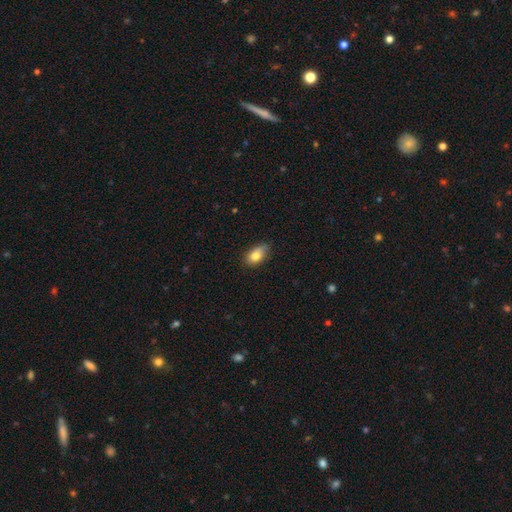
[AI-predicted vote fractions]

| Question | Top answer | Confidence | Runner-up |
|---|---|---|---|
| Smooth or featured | smooth | 80% | featured or disk (12%) |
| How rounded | in between | 88% | round (8%) |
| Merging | none | 68% | minor disturbance (27%) |